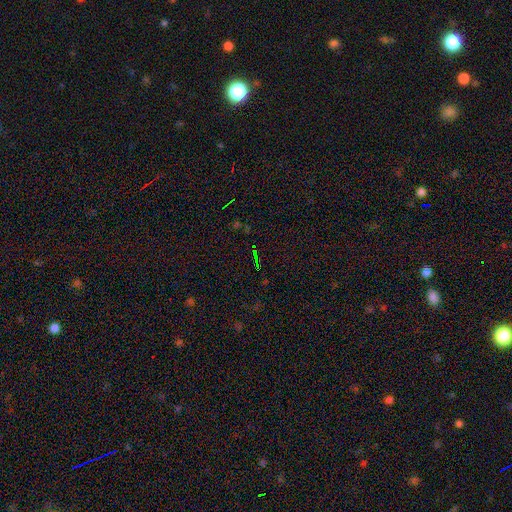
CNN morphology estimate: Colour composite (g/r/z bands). It shows a star or artifact, not a galaxy (75%).